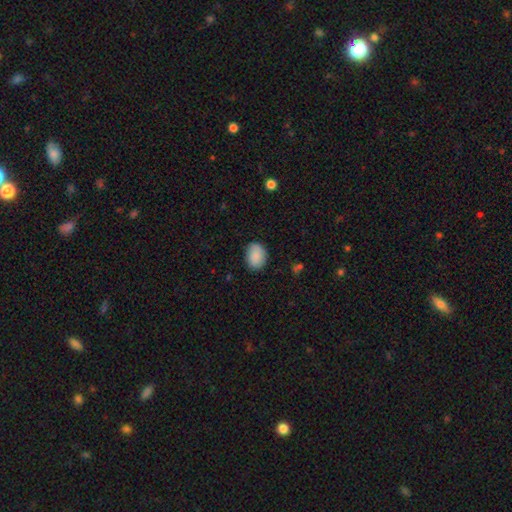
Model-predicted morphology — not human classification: Overall: smooth (88%). How rounded: in between (74%). Merging: none (81%).